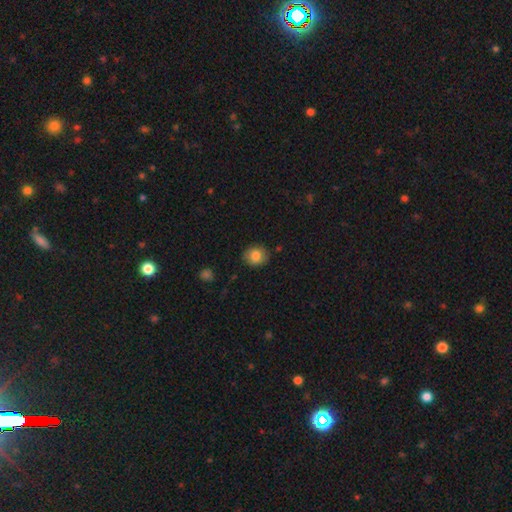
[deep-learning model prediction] A smooth galaxy with no disk features (83%) that is round (66%). Merging: none (85%).